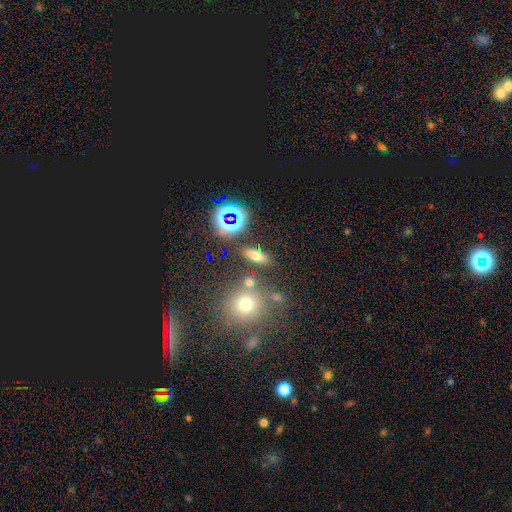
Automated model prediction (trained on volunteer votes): Q: Smooth or featured?
A: smooth (61%); runner-up: star or artifact (26%)
Q: How rounded?
A: in between (60%); runner-up: cigar-shaped (26%)
Q: Merging?
A: none (81%); runner-up: minor disturbance (9%)